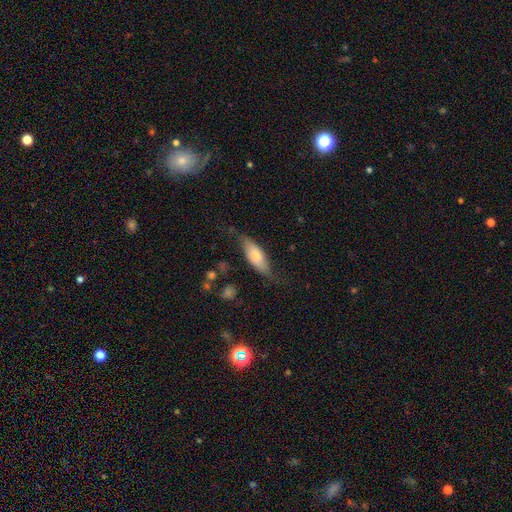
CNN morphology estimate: A smooth galaxy with no disk features (64%) that is in between round and cigar-shaped (67%). Merging: none (65%).